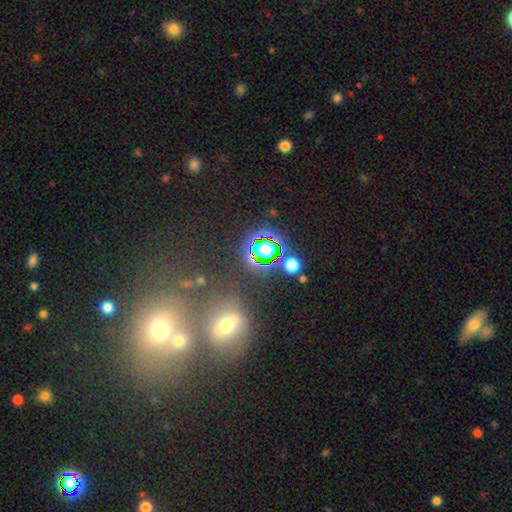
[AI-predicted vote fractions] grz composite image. It shows a star or artifact, not a galaxy (64%).